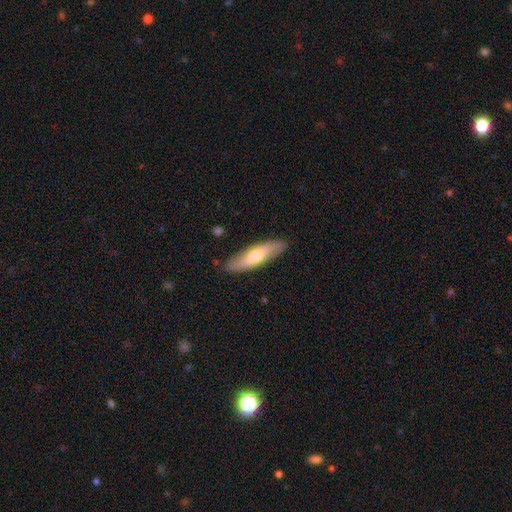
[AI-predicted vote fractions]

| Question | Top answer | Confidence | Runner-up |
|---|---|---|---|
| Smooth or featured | smooth | 53% | featured or disk (41%) |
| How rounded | cigar-shaped | 67% | in between (31%) |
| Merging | none | 87% | minor disturbance (10%) |